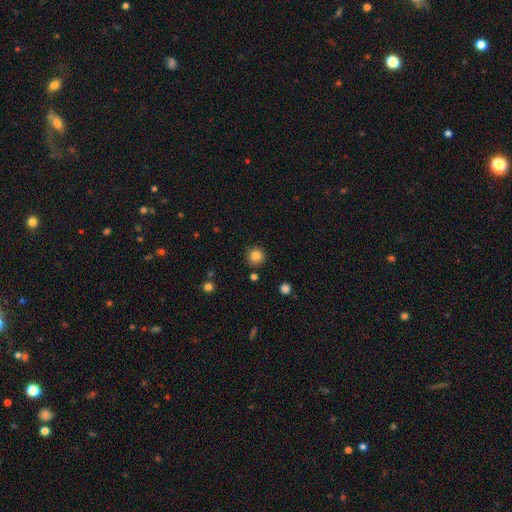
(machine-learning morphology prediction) smooth_or_featured: smooth (p=0.84) [alt: star or artifact p=0.11]
how_rounded: round (p=0.94) [alt: in between p=0.05]
merging: none (p=0.88) [alt: minor disturbance p=0.07]